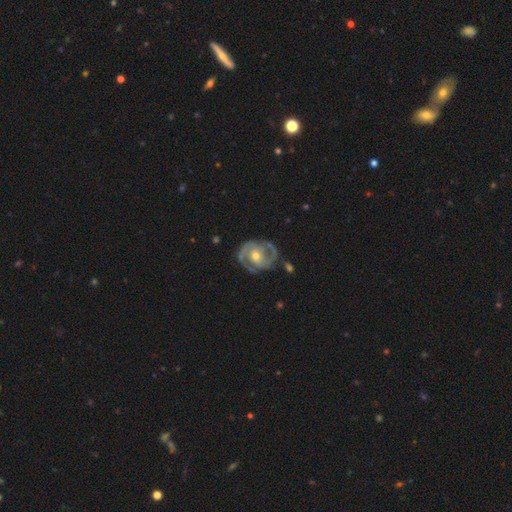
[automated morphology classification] Smooth or featured?
  - featured or disk: 87% *
  - smooth: 9%
  - star or artifact: 4%
Edge-on disk?
  - no: 97% *
  - yes: 3%
Bar?
  - no: 49% *
  - weak: 35%
  - strong: 16%
Spiral arms?
  - yes: 93% *
  - no: 7%
Spiral winding?
  - medium: 46% *
  - tight: 43%
  - loose: 11%
Spiral arm count?
  - 2: 82% *
  - can't tell: 7%
  - 3: 6%
  - 1: 3%
  - 4: 2%
  - more than 4: 2%
Bulge size?
  - moderate: 62% *
  - small: 33%
  - large: 3%
  - none: 1%
  - dominant: 1%
Merging?
  - none: 73% *
  - minor disturbance: 17%
  - major disturbance: 7%
  - merger: 3%